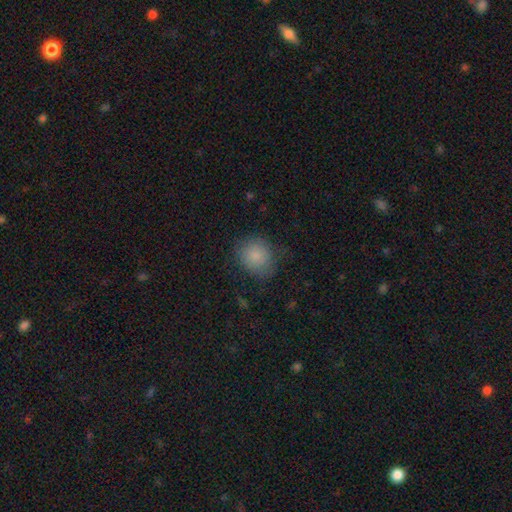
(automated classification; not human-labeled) Overall: smooth (83%). How rounded: round (81%). Merging: none (73%).